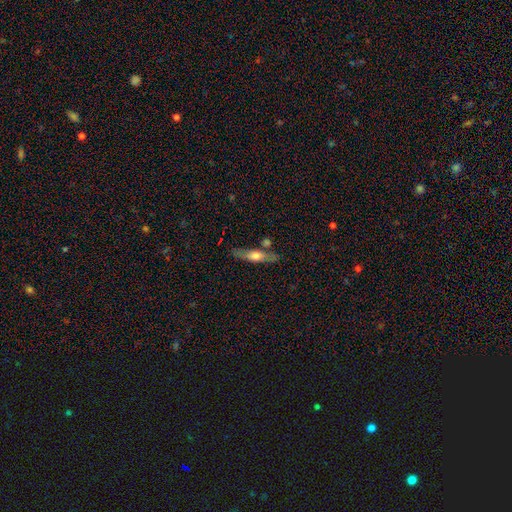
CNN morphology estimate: Smooth or featured: featured or disk — 48% (smooth — 46%)
Merging: none — 73% (minor disturbance — 15%)